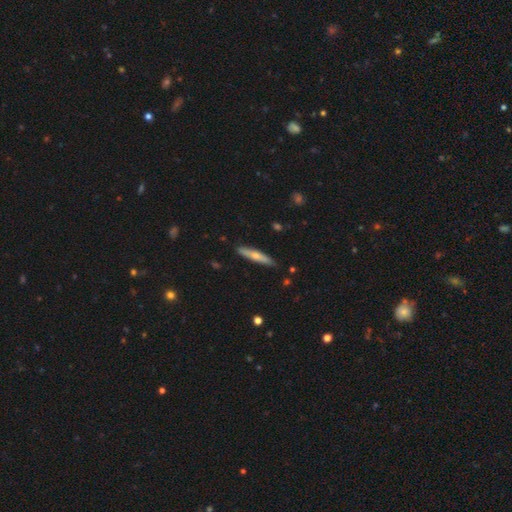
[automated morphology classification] Overall: smooth (55%; featured or disk 39%). How rounded: cigar-shaped (88%). Merging: none (87%).